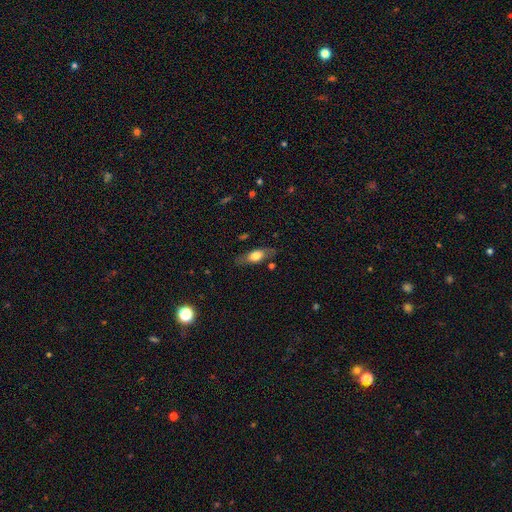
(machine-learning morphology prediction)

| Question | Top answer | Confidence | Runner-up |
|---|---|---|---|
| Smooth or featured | smooth | 61% | featured or disk (33%) |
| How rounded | in between | 69% | cigar-shaped (27%) |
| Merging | none | 76% | minor disturbance (17%) |